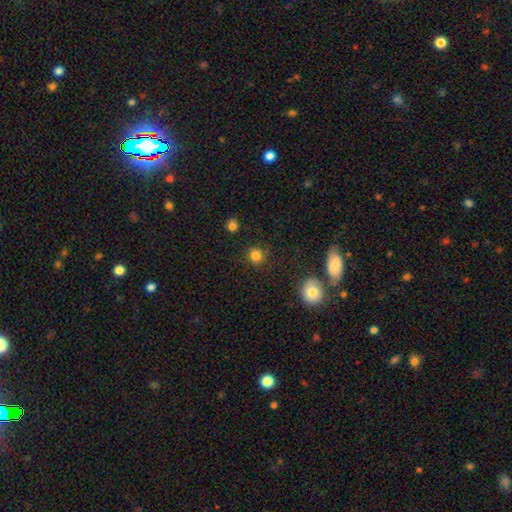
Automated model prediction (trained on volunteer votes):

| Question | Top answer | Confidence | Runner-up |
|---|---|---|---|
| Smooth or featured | smooth | 83% | star or artifact (12%) |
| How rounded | round | 91% | in between (8%) |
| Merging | none | 85% | minor disturbance (9%) |